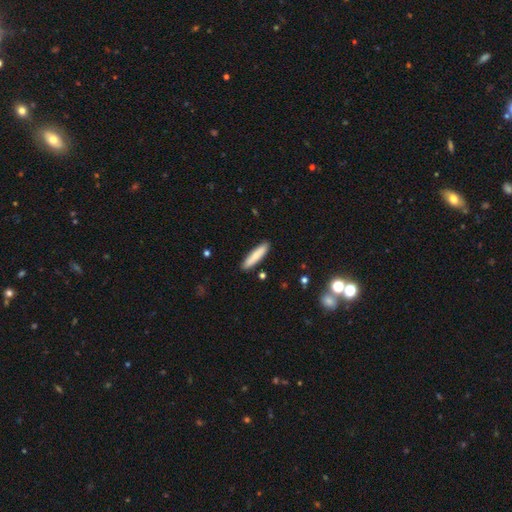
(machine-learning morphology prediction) smooth_or_featured: smooth (p=0.79) [alt: featured or disk p=0.16]
how_rounded: cigar-shaped (p=0.84) [alt: in between p=0.14]
merging: none (p=0.89) [alt: minor disturbance p=0.08]